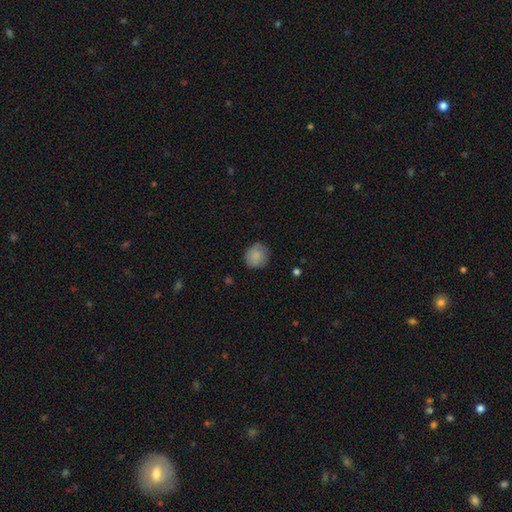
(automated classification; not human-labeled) The model was most divided on "merging": none: 81%, minor disturbance: 14%, major disturbance: 3%, merger: 1%. More confident: smooth or featured — smooth (85%); how rounded — round (84%).